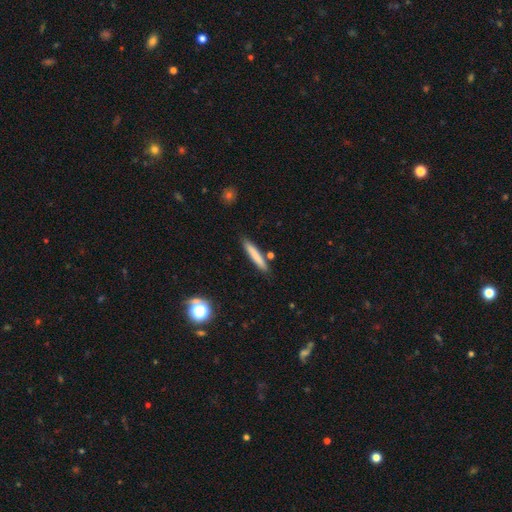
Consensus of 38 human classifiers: Smooth or featured: smooth — 82% (featured or disk — 16%)
How rounded: cigar-shaped — 74% (in between — 19%)
Merging: none — 92% (minor disturbance — 8%)